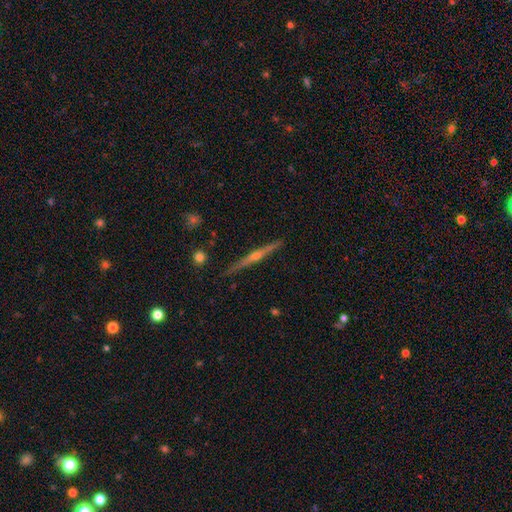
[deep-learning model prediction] Smooth or featured? Predicted: featured or disk (p=0.82). Edge-on disk? Predicted: yes (p=0.98). Edge-on bulge? Predicted: rounded (p=0.88). Merging? Predicted: none (p=0.91).